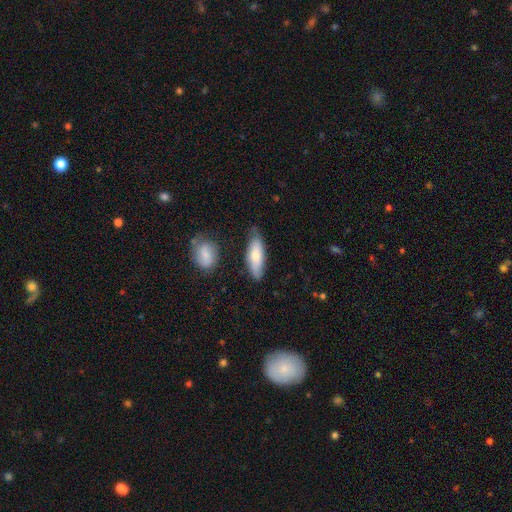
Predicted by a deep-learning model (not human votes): This appears to be a smooth galaxy with no disk features (73%) that is in between round and cigar-shaped (61%). Merging: none (72%).